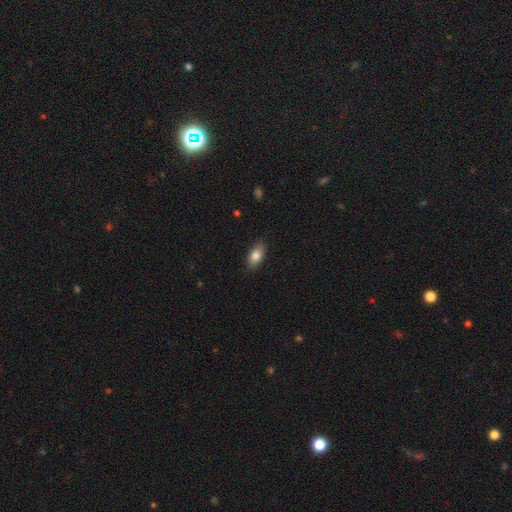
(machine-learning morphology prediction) smooth-or-featured: smooth: 82% | featured or disk: 11% | star or artifact: 7%
  how-rounded: in between: 89% | cigar-shaped: 7% | round: 5%
  merging: none: 87% | minor disturbance: 10% | major disturbance: 2% | merger: 1%